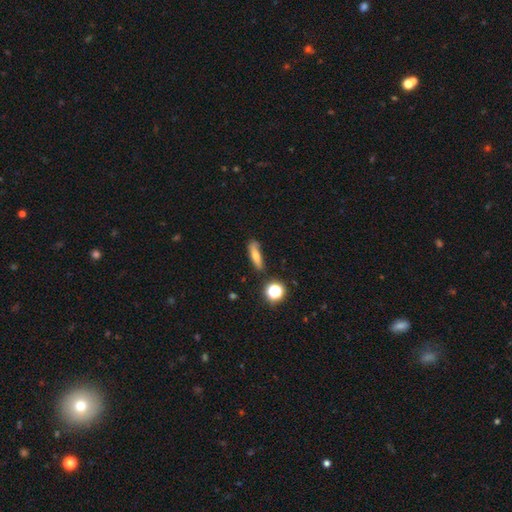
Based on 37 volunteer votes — Smooth or featured? smooth (65%)
How rounded? cigar-shaped (71%)
Merging? none (64%)